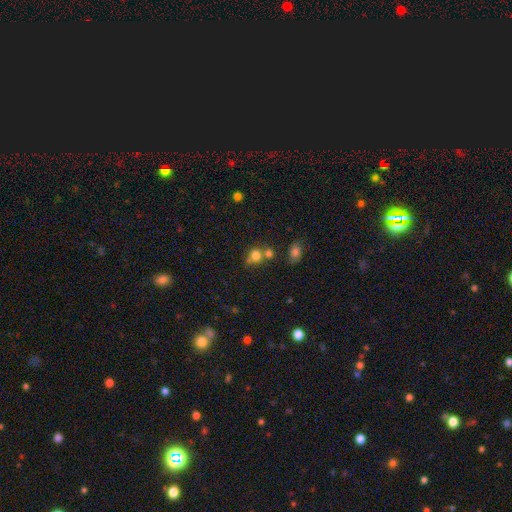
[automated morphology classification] Smooth or featured?
  - smooth: 77% *
  - star or artifact: 14%
  - featured or disk: 9%
How rounded?
  - round: 71% *
  - in between: 28%
  - cigar-shaped: 1%
Merging?
  - none: 48% *
  - merger: 31%
  - minor disturbance: 14%
  - major disturbance: 7%